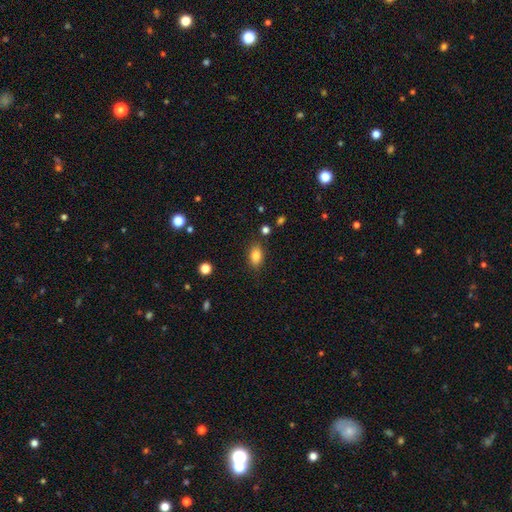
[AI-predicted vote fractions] Smooth or featured? Predicted: smooth (p=0.84). How rounded? Predicted: in between (p=0.86). Merging? Predicted: none (p=0.83).